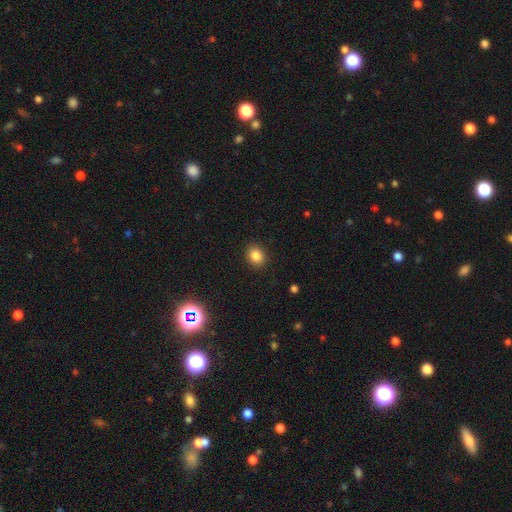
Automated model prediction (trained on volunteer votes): Smooth or featured? smooth (85%)
How rounded? in between (50%)
Merging? none (89%)